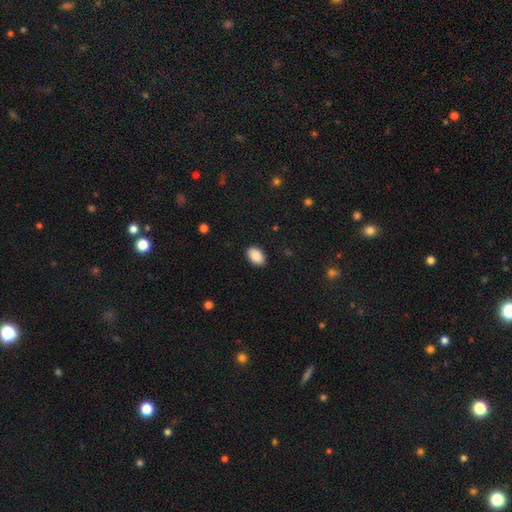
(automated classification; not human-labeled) This is clearly a smooth galaxy (89%). How rounded: clearly in between (88%). Merging: clearly none (89%).